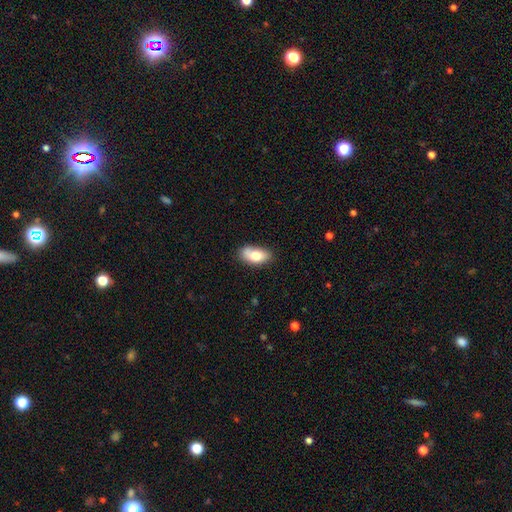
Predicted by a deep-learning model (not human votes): Smooth or featured?
  - smooth: 75% *
  - featured or disk: 17%
  - star or artifact: 7%
How rounded?
  - in between: 91% *
  - round: 5%
  - cigar-shaped: 4%
Merging?
  - none: 68% *
  - minor disturbance: 21%
  - merger: 5%
  - major disturbance: 5%